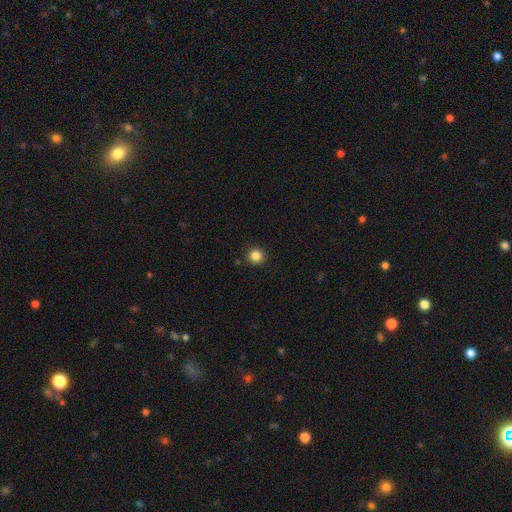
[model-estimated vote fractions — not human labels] This appears to be a smooth galaxy with no disk features (85%) that is round (95%). Merging: none (91%).